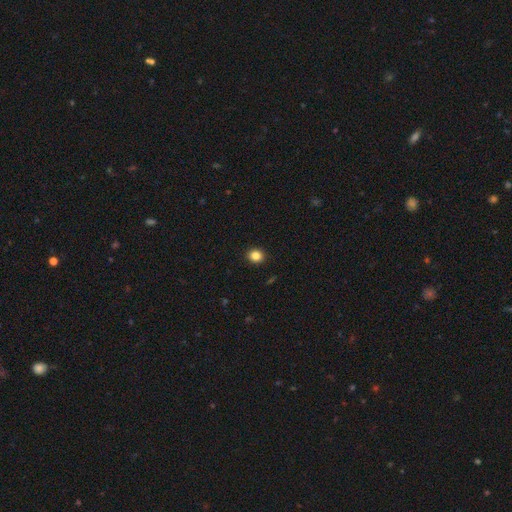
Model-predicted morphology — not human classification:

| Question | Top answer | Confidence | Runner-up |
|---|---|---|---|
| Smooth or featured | smooth | 85% | star or artifact (11%) |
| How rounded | round | 77% | in between (22%) |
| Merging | none | 92% | minor disturbance (5%) |